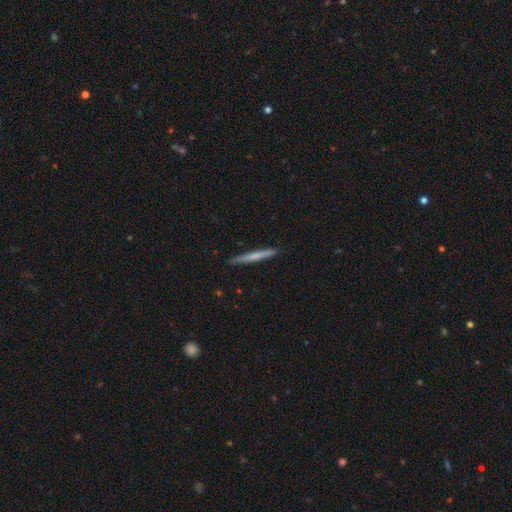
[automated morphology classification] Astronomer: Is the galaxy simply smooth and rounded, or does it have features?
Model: smooth — 57% (runner-up: featured or disk, 38%).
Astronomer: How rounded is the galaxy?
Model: cigar-shaped — 97%.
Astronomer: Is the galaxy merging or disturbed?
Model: none — 91%.